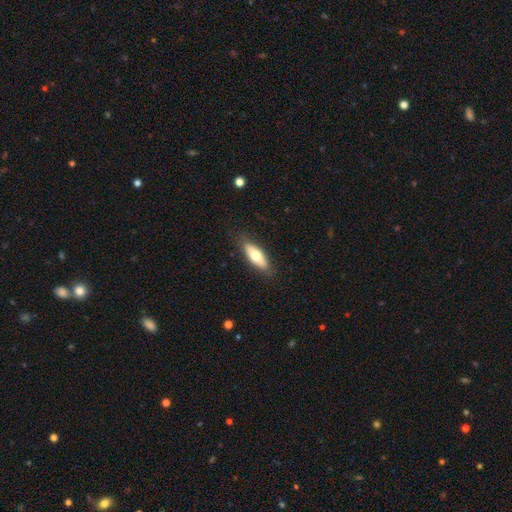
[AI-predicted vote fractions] The model was most divided on "how rounded": in between: 65%, cigar-shaped: 32%, round: 2%. More confident: merging — none (83%); smooth or featured — smooth (68%).